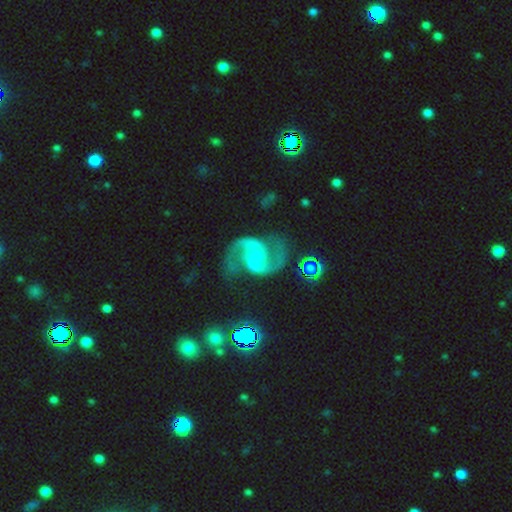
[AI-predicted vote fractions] Smooth or featured? featured or disk (92%)
Edge-on disk? no (98%)
Bar? no (45%)
Spiral arms? yes (98%)
Spiral winding? medium (54%)
Spiral arm count? 2 (95%)
Bulge size? small (56%)
Merging? none (72%)